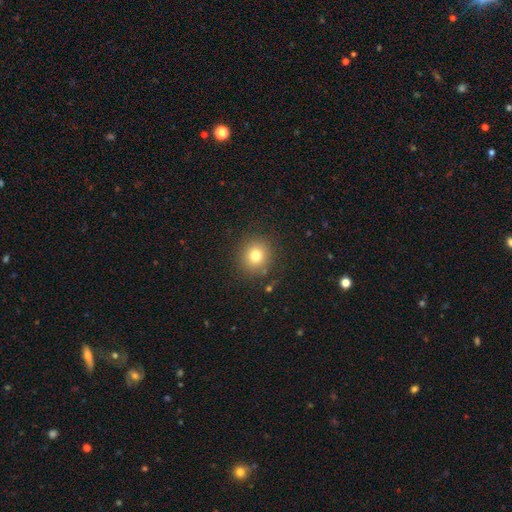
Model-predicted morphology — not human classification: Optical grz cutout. It shows a smooth galaxy with no disk features (78%) that is round (89%). Merging: none (87%).